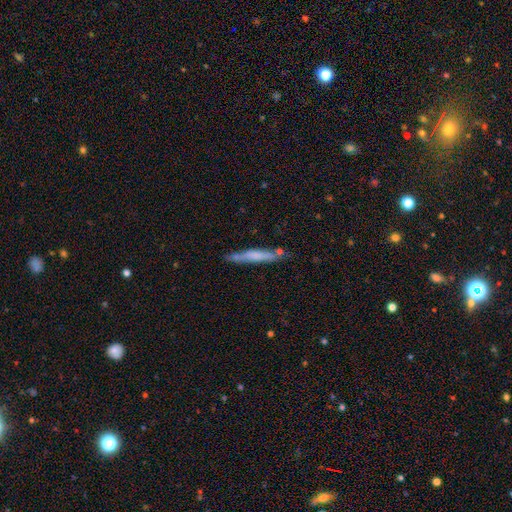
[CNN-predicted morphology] Smooth or featured?
  - smooth: 54% *
  - featured or disk: 40%
  - star or artifact: 6%
How rounded?
  - cigar-shaped: 94% *
  - in between: 5%
  - round: 1%
Merging?
  - none: 73% *
  - minor disturbance: 18%
  - merger: 6%
  - major disturbance: 4%